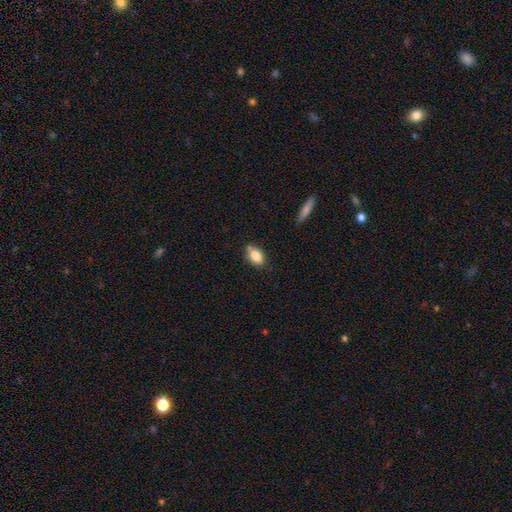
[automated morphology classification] This is clearly a smooth galaxy (82%). How rounded: clearly in between (86%). Merging: likely none (69%).